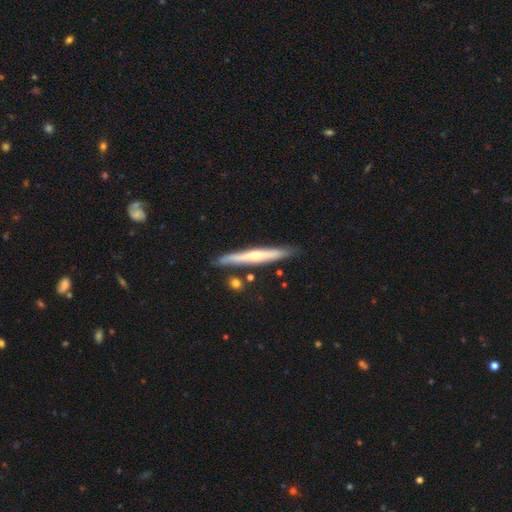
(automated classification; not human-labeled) smooth_or_featured: featured or disk (p=0.64) [alt: smooth p=0.31]
disk_edge_on: yes (p=0.94) [alt: no p=0.06]
edge_on_bulge: rounded (p=0.77) [alt: none p=0.20]
merging: none (p=0.84) [alt: minor disturbance p=0.10]